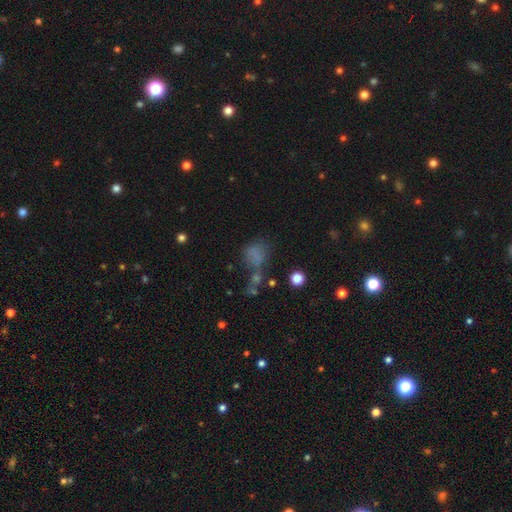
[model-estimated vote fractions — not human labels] Overall: smooth (63%). How rounded: in between (49%, tied with round). Merging: none (40%; major disturbance 23%).